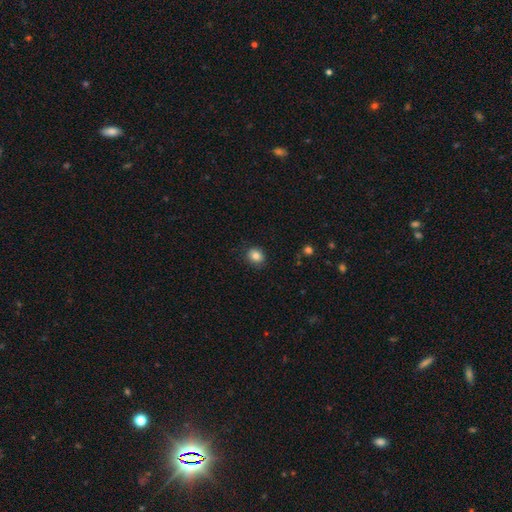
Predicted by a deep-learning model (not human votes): Overall: smooth (83%). How rounded: round (73%). Merging: none (86%).